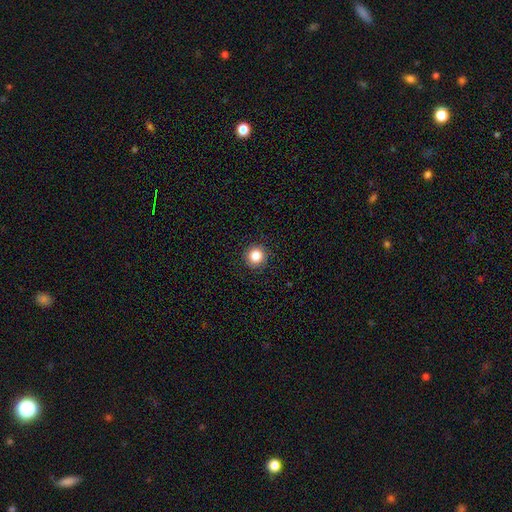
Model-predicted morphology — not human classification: smooth_or_featured: smooth (p=0.85) [alt: star or artifact p=0.11]
how_rounded: round (p=0.94) [alt: in between p=0.05]
merging: none (p=0.91) [alt: minor disturbance p=0.06]